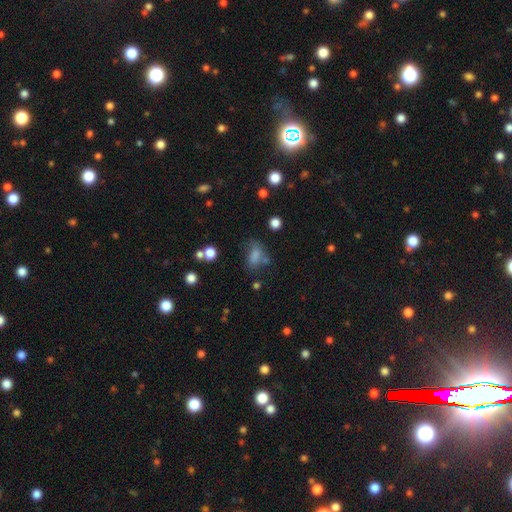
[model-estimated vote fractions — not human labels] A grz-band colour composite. It shows a smooth galaxy with no disk features (73%) that is in between round and cigar-shaped (81%). Merging: none (43%).